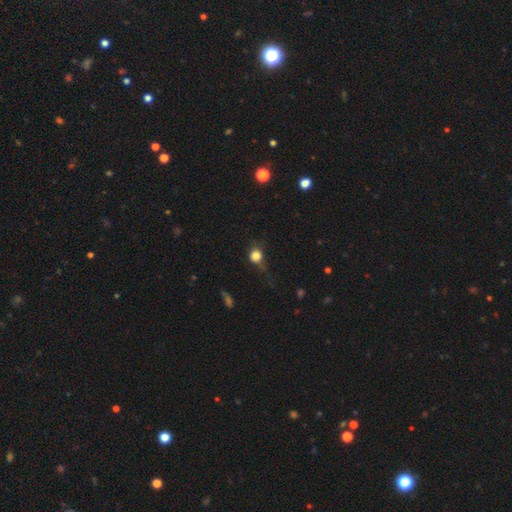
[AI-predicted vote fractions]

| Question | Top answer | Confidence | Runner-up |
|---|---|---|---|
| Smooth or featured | smooth | 78% | star or artifact (12%) |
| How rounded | round | 82% | in between (16%) |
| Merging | none | 49% | minor disturbance (26%) |